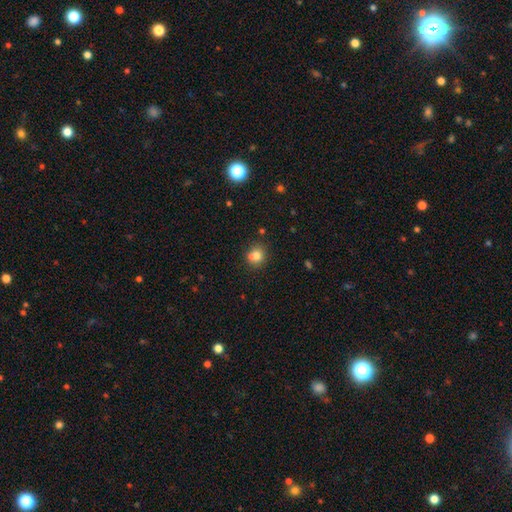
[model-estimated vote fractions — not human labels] smooth 74%, star or artifact 13%, featured or disk 13%. Down the decision tree: how rounded — round (75%); merging — none (52%).